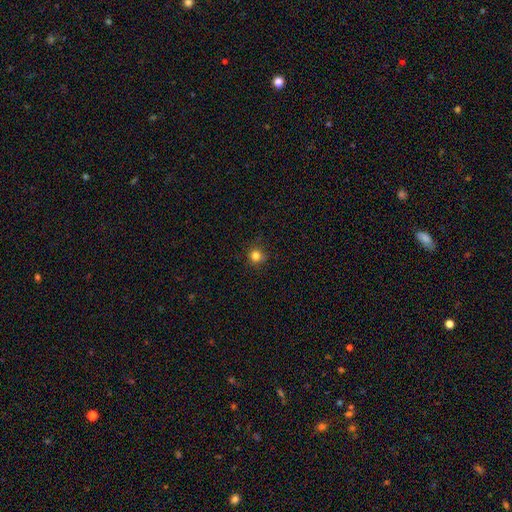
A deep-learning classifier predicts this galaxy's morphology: smooth_or_featured: smooth (p=0.82) [alt: star or artifact p=0.13]
how_rounded: round (p=0.93) [alt: in between p=0.06]
merging: none (p=0.85) [alt: minor disturbance p=0.11]